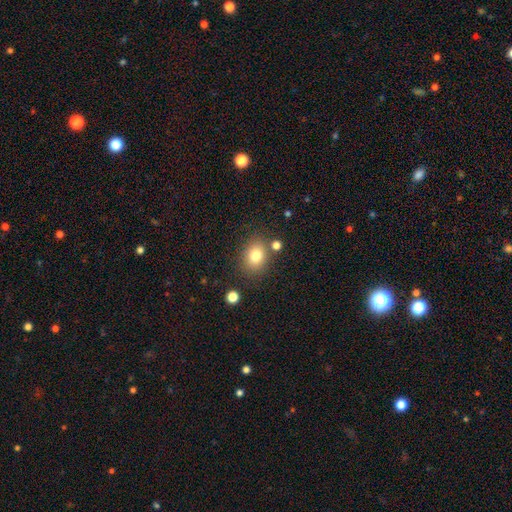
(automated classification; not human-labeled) A smooth galaxy with no disk features (80%) that is in between round and cigar-shaped (50%). Merging: none (78%).